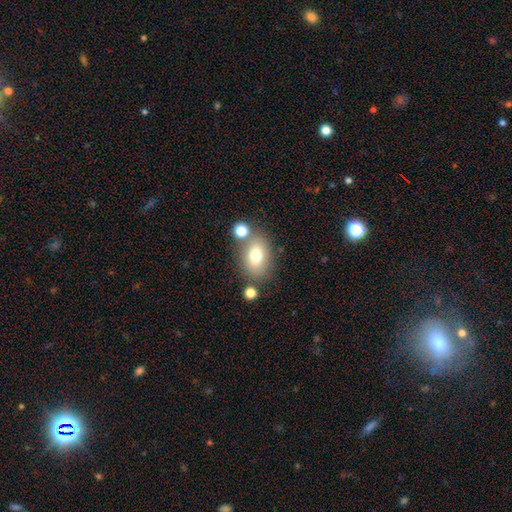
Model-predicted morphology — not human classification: smooth 74%, featured or disk 16%, star or artifact 11%. Down the decision tree: how rounded — in between (72%); merging — none (68%).